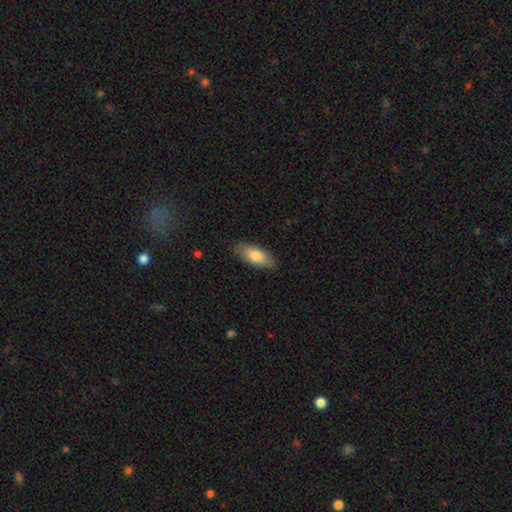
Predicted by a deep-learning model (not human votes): Smooth or featured? Predicted: smooth (p=0.80). How rounded? Predicted: in between (p=0.81). Merging? Predicted: none (p=0.84).